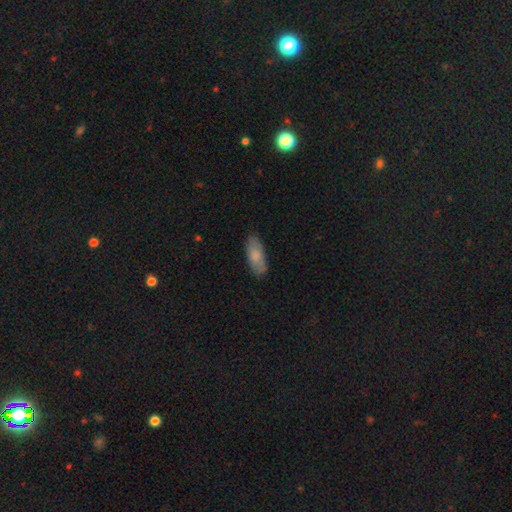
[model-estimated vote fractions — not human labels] Smooth or featured? Predicted: smooth (p=0.78). How rounded? Predicted: in between (p=0.80). Merging? Predicted: none (p=0.82).